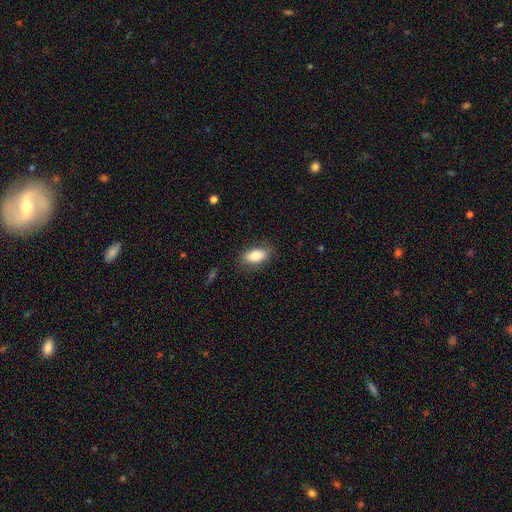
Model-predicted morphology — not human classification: type=smooth (82%); roundness=in between (89%); merging=none (84%).